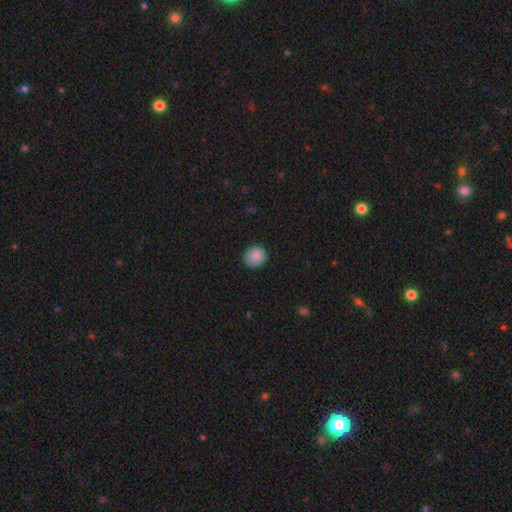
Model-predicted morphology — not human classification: This is clearly a smooth galaxy (88%). How rounded: clearly round (85%). Merging: clearly none (86%).